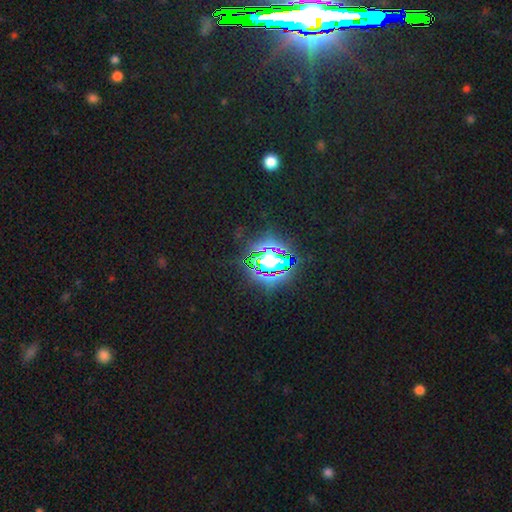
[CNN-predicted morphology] smooth-or-featured: star or artifact: 79% | smooth: 12% | featured or disk: 8%